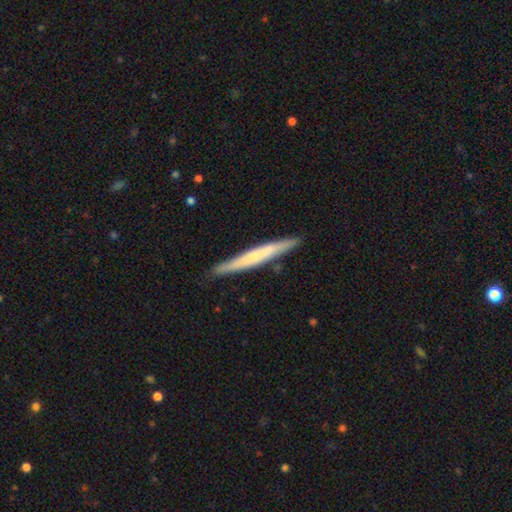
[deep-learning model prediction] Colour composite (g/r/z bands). It shows a featured or disk galaxy (50%) viewed edge-on (94%). Merging: none (88%).